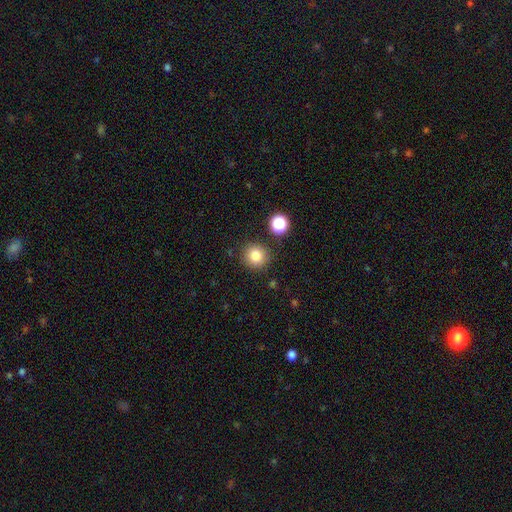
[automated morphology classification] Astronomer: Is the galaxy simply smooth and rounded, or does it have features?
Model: smooth — 82%.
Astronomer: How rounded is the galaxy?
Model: round — 91%.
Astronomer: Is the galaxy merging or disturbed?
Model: none — 86%.